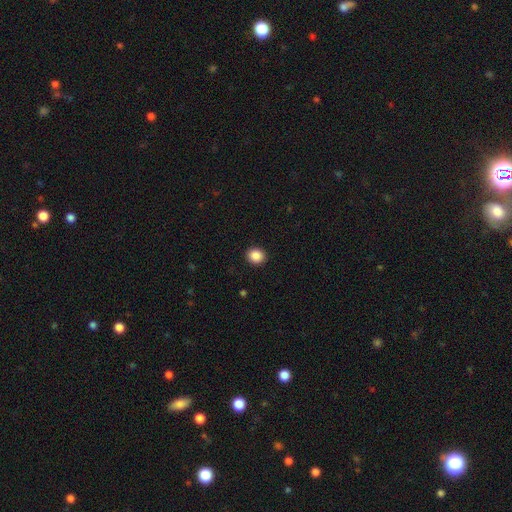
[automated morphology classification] Q: Smooth or featured?
A: smooth (88%); runner-up: star or artifact (9%)
Q: How rounded?
A: round (76%); runner-up: in between (23%)
Q: Merging?
A: none (92%); runner-up: minor disturbance (6%)